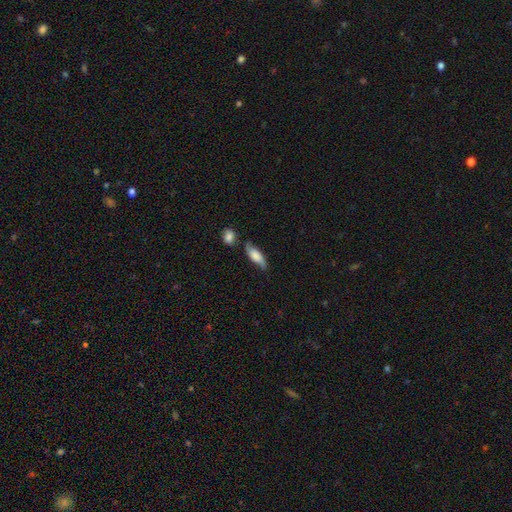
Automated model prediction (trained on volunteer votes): Smooth or featured? Predicted: smooth (p=0.67). How rounded? Predicted: in between (p=0.65). Merging? Predicted: none (p=0.59).